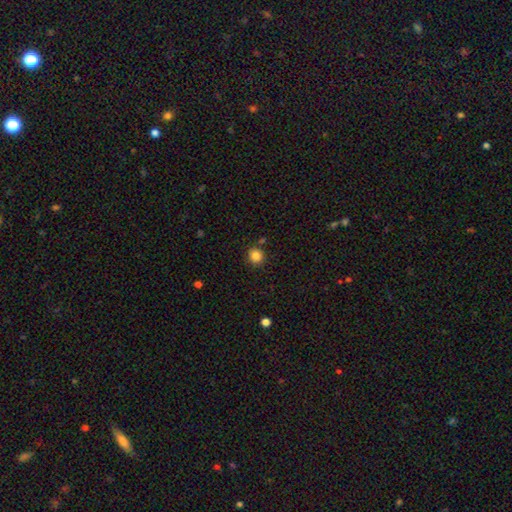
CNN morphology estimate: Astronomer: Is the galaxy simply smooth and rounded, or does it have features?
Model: smooth — 85%.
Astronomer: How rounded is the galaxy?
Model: round — 88%.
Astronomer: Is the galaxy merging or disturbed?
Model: none — 85%.